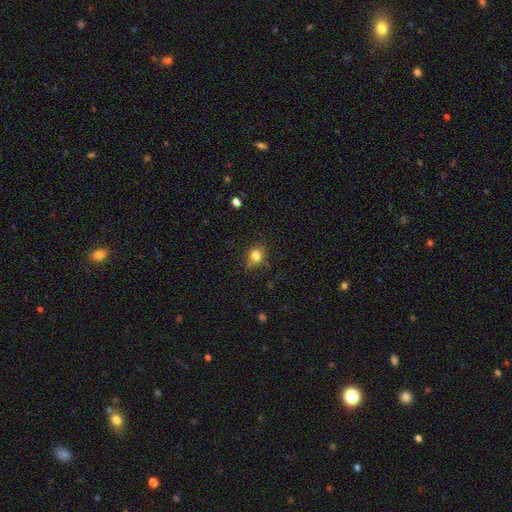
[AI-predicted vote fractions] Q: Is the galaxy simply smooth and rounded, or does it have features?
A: smooth — 81%.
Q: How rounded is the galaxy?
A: round — 78%.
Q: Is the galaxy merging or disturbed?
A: none — 76%.